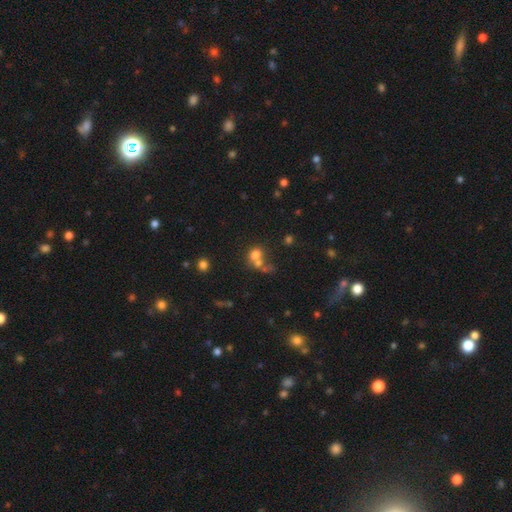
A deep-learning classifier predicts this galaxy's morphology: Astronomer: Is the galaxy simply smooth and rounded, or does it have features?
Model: smooth — 68%.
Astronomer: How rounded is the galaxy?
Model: round — 64%.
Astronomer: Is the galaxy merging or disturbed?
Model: merger — 52% (runner-up: none, 32%).